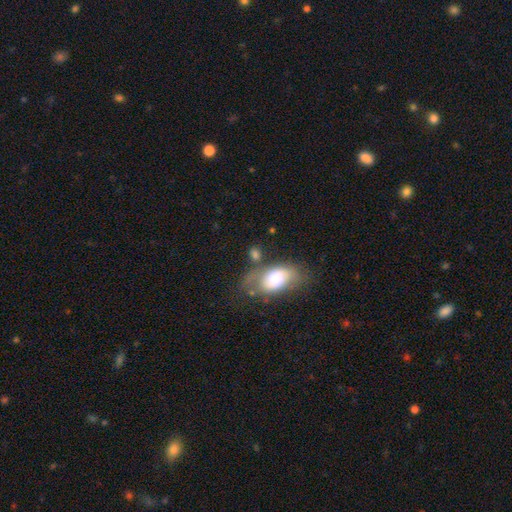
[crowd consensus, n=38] Smooth or featured?
  - smooth: 50% *
  - featured or disk: 42%
  - star or artifact: 8%
How rounded?
  - in between: 89% *
  - round: 5%
  - cigar-shaped: 5%
Merging?
  - none: 69% *
  - minor disturbance: 23%
  - merger: 6%
  - major disturbance: 3%